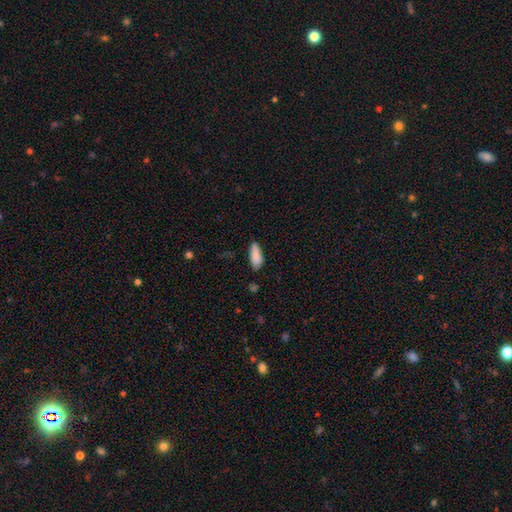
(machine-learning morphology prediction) Smooth or featured?
  - smooth: 88% *
  - star or artifact: 7%
  - featured or disk: 6%
How rounded?
  - in between: 73% *
  - cigar-shaped: 26%
  - round: 2%
Merging?
  - none: 76% *
  - minor disturbance: 19%
  - major disturbance: 3%
  - merger: 2%